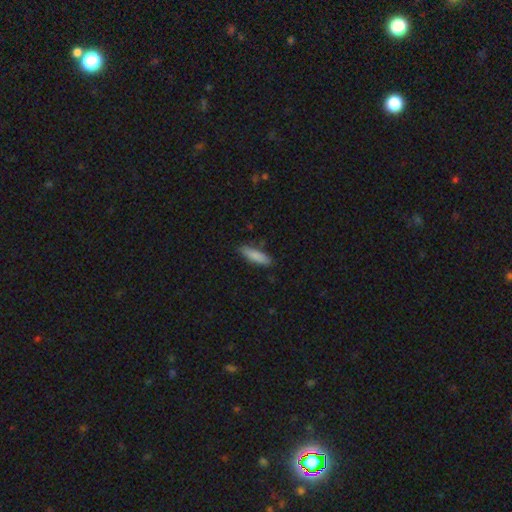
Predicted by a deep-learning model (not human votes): Smooth or featured: smooth — 83% (featured or disk — 11%)
How rounded: cigar-shaped — 59% (in between — 39%)
Merging: none — 83% (minor disturbance — 13%)